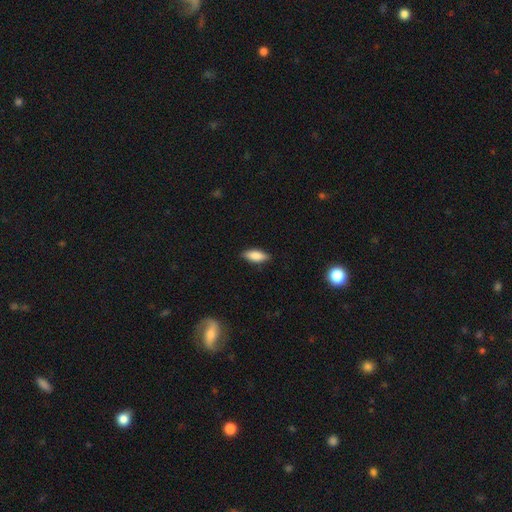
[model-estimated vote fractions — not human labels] Overall: smooth (82%). How rounded: in between (73%). Merging: none (85%).